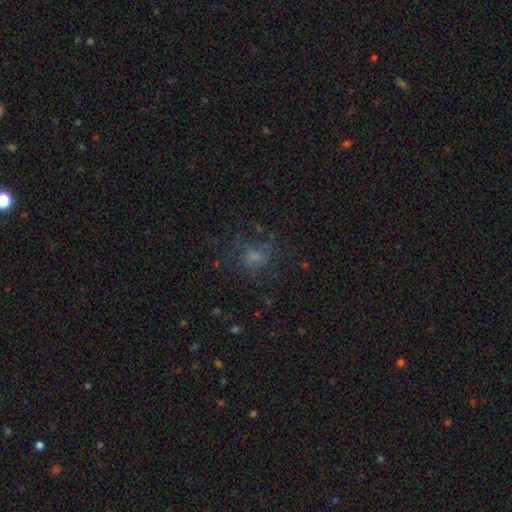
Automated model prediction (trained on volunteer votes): A smooth galaxy with no disk features (56%) that is round (59%). Merging: none (58%).